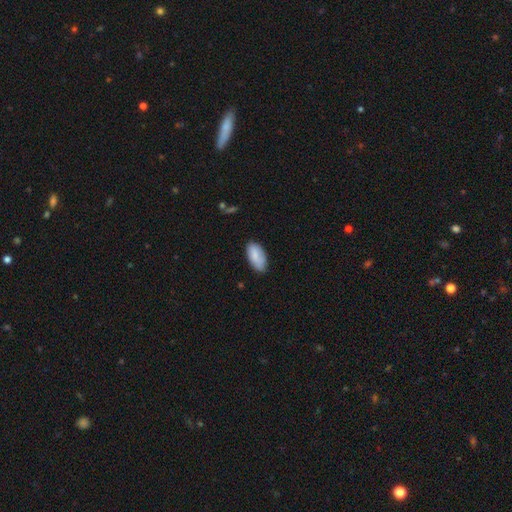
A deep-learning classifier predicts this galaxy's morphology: smooth 84%, featured or disk 10%, star or artifact 6%. Down the decision tree: how rounded — in between (93%); merging — none (76%).